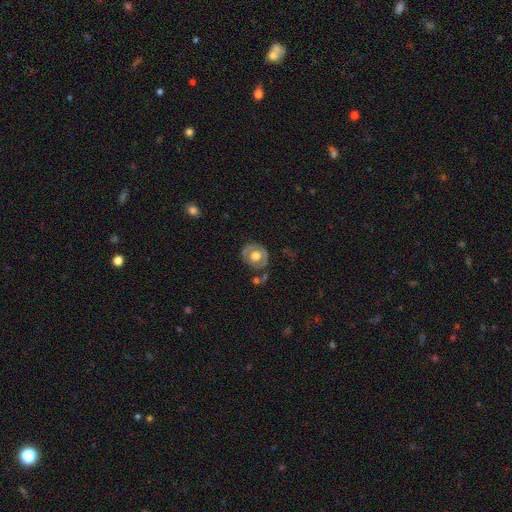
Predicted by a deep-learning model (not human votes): featured or disk 53%, smooth 40%, star or artifact 6%. Down the decision tree: edge-on disk — no (95%); bar — no (82%); spiral arms — no (63%); bulge size — large (47%); merging — none (64%).